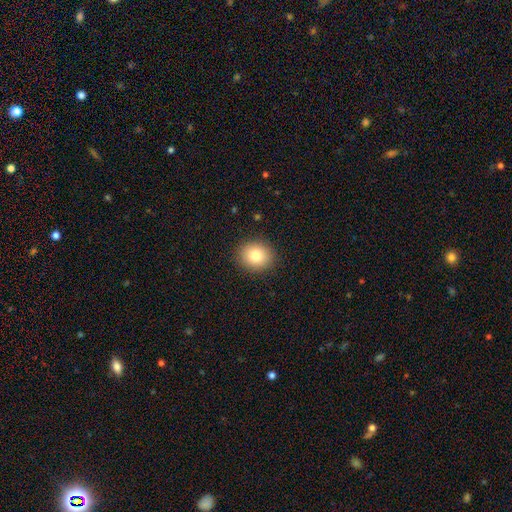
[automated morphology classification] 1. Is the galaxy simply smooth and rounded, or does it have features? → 82% smooth, 10% star or artifact, 8% featured or disk.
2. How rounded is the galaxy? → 74% round, 25% in between, 1% cigar-shaped.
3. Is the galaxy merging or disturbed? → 90% none, 7% minor disturbance, 2% major disturbance, 1% merger.